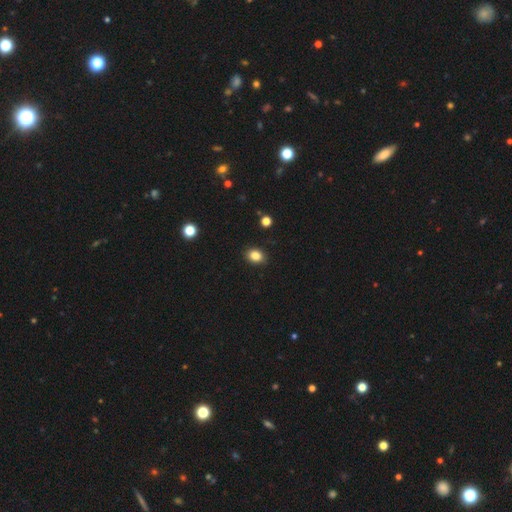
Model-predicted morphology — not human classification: A smooth galaxy with no disk features (85%) that is in between round and cigar-shaped (56%).

Vote fractions:
- Smooth or featured? smooth: 85% / star or artifact: 11% / featured or disk: 4%
- How rounded? in between: 56% / round: 43% / cigar-shaped: 1%
- Merging? none: 89% / minor disturbance: 8% / major disturbance: 2% / merger: 1%